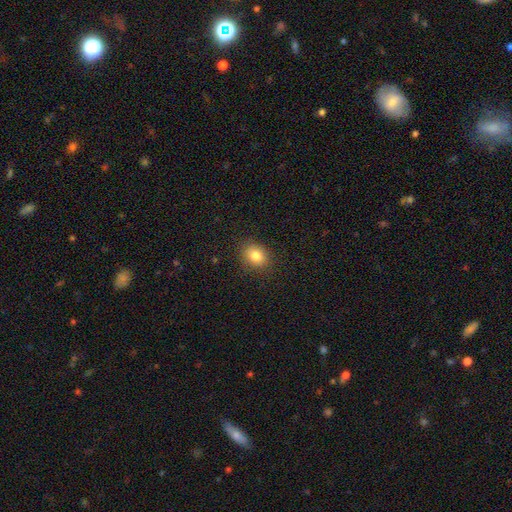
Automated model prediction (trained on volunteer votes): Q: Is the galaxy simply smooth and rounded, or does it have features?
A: smooth — 82%.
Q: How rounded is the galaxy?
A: in between — 51%.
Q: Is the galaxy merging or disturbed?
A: none — 87%.